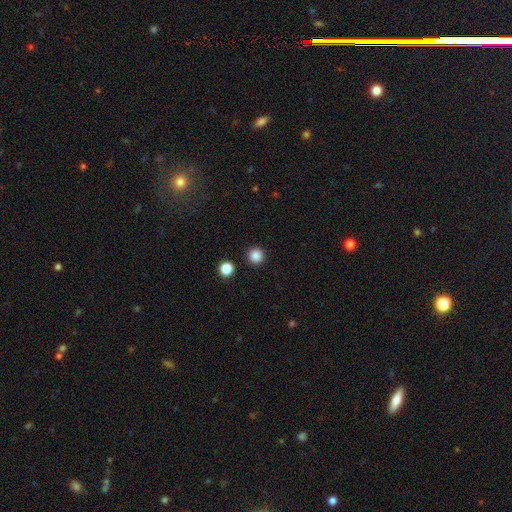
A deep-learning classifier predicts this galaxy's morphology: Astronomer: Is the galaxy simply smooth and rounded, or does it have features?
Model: smooth — 86%.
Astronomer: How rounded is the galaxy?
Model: round — 96%.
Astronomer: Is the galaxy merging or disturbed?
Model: none — 92%.